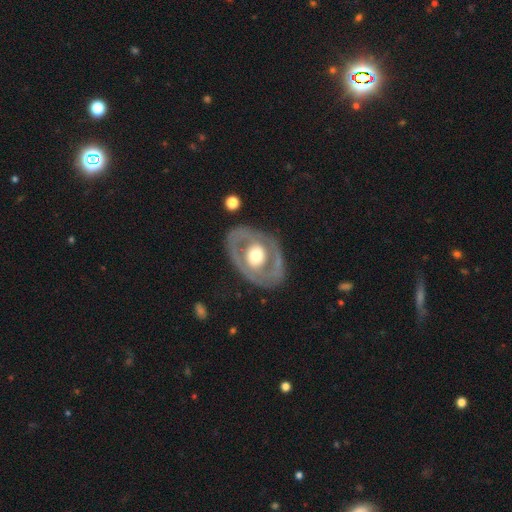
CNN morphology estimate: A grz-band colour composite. It shows a featured or disk galaxy (70%) with no bar (72%), no spiral arms (71%) and a moderate central bulge (63%). Merging: none (79%).